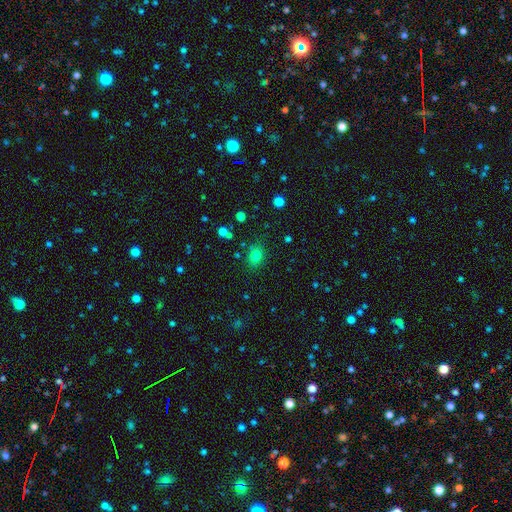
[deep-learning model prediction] Smooth or featured?
  - smooth: 77% *
  - star or artifact: 16%
  - featured or disk: 7%
How rounded?
  - round: 52% *
  - in between: 47%
  - cigar-shaped: 1%
Merging?
  - none: 81% *
  - minor disturbance: 12%
  - major disturbance: 4%
  - merger: 3%